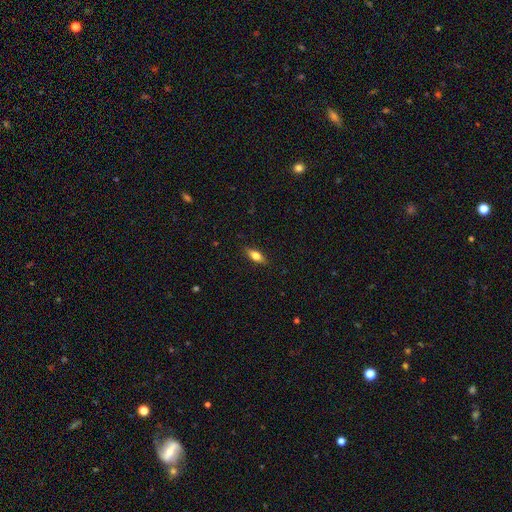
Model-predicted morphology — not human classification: smooth 60%, featured or disk 32%, star or artifact 8%. Down the decision tree: how rounded — in between (61%); merging — none (87%).